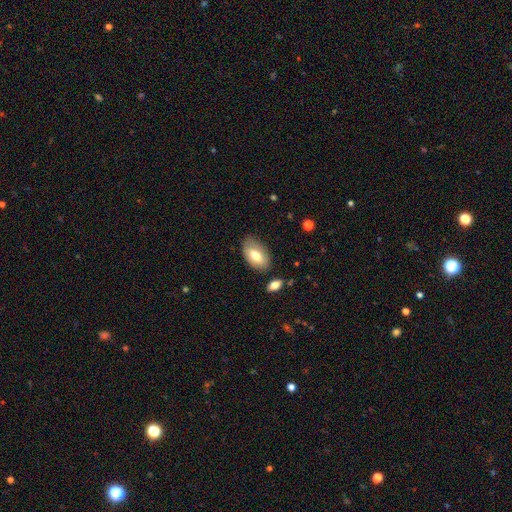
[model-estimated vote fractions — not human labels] A smooth galaxy with no disk features (69%) that is in between round and cigar-shaped (94%).

Vote fractions:
- Smooth or featured? smooth: 69% / featured or disk: 25% / star or artifact: 7%
- How rounded? in between: 94% / round: 4% / cigar-shaped: 2%
- Merging? none: 76% / minor disturbance: 17% / major disturbance: 4% / merger: 4%